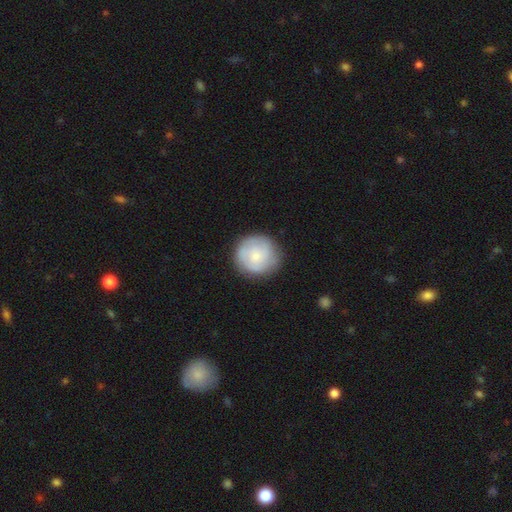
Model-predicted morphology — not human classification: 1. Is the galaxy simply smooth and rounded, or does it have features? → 57% smooth, 37% featured or disk, 6% star or artifact.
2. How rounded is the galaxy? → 91% round, 8% in between, 1% cigar-shaped.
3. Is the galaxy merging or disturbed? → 80% none, 15% minor disturbance, 4% major disturbance, 1% merger.